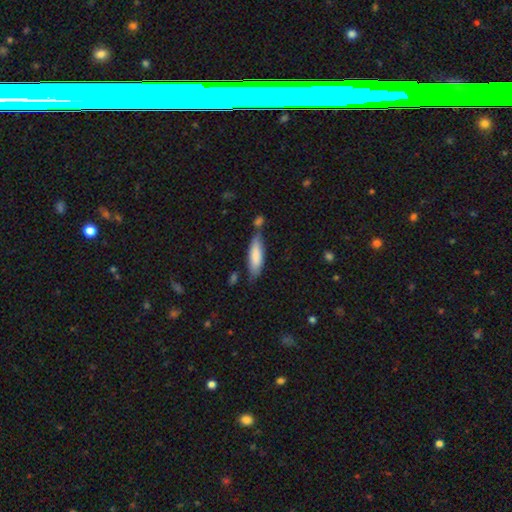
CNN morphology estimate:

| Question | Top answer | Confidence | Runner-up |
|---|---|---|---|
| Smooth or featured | smooth | 81% | featured or disk (14%) |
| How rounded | cigar-shaped | 53% | in between (45%) |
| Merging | none | 60% | minor disturbance (23%) |